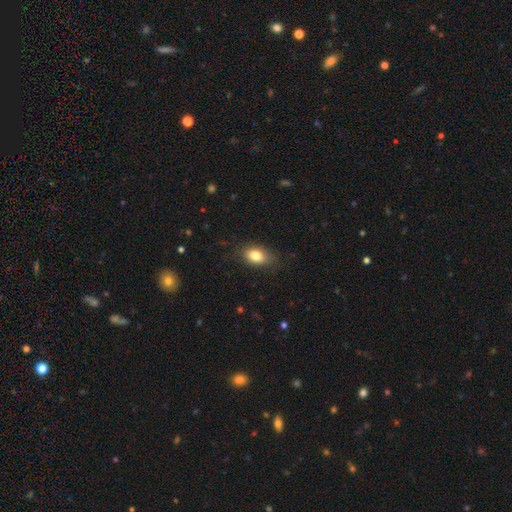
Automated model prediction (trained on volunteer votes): Q: Smooth or featured?
A: smooth (82%); runner-up: featured or disk (10%)
Q: How rounded?
A: in between (86%); runner-up: round (12%)
Q: Merging?
A: none (80%); runner-up: minor disturbance (15%)